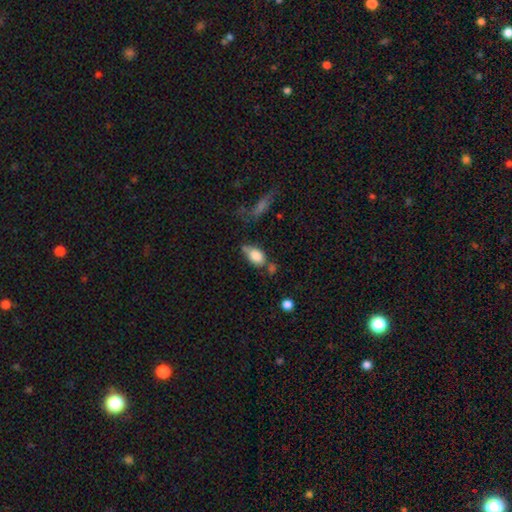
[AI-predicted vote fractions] This is clearly a smooth galaxy (80%). How rounded: clearly in between (84%). Merging: marginally none (41%).